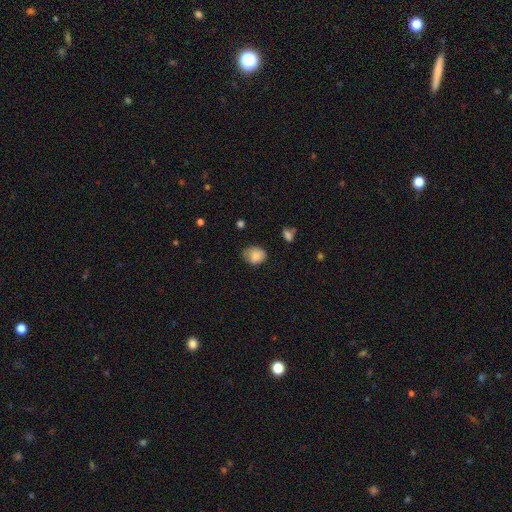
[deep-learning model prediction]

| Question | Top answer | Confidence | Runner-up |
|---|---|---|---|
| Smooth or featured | smooth | 84% | star or artifact (9%) |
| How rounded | in between | 56% | round (43%) |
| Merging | none | 62% | minor disturbance (30%) |